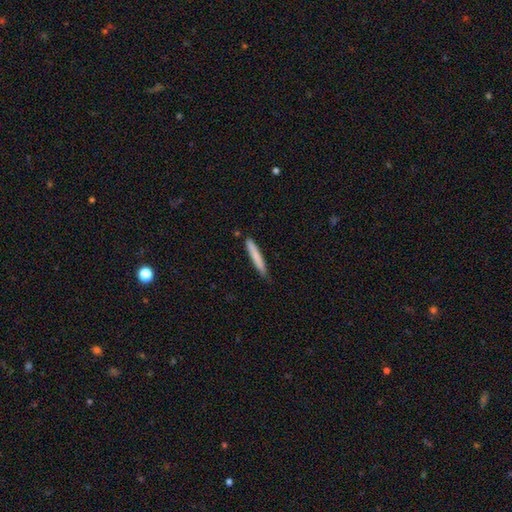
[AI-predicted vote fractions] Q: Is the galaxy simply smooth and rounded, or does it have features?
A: smooth — 77%.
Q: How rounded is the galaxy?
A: cigar-shaped — 95%.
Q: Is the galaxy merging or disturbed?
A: none — 85%.